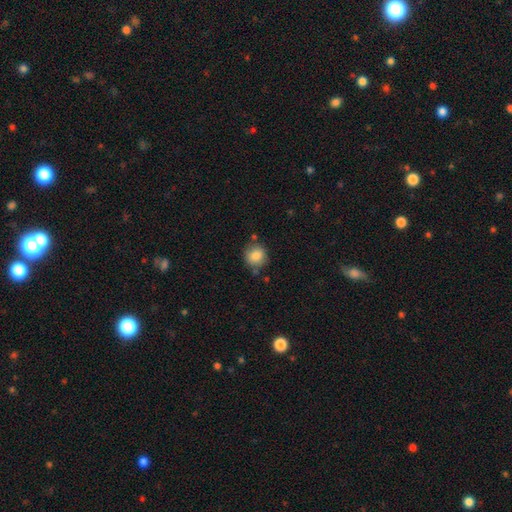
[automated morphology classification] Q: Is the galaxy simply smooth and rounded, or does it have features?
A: smooth — 84%.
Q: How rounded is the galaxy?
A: round — 89%.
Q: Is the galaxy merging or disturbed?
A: none — 76%.